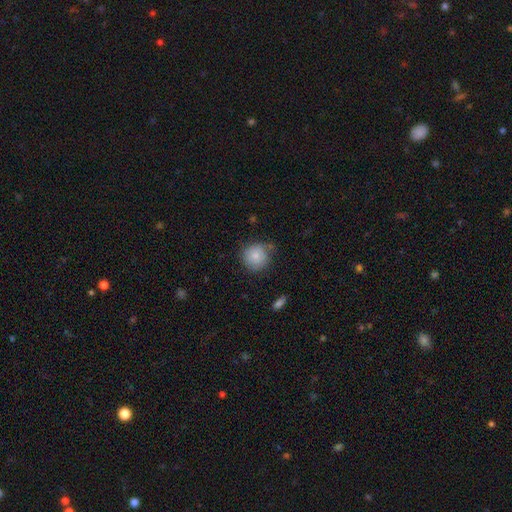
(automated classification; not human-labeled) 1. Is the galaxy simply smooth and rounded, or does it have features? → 82% smooth, 10% featured or disk, 8% star or artifact.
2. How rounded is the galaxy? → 91% round, 8% in between, 1% cigar-shaped.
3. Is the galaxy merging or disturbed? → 69% none, 22% minor disturbance, 6% major disturbance, 3% merger.